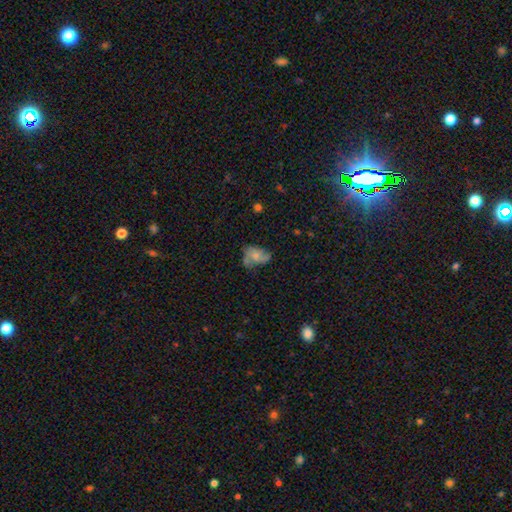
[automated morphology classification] Overall: smooth (47%; featured or disk 43%). Merging: none (40%; minor disturbance 32%).